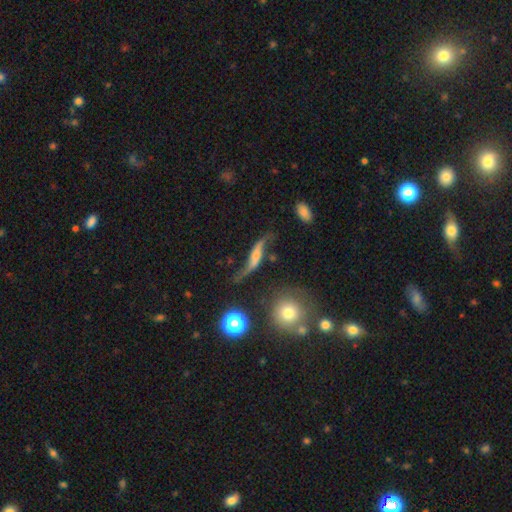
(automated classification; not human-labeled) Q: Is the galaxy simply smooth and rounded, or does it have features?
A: featured or disk — 80%.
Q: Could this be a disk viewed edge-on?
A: no — 82%.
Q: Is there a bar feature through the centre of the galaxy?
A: no — 43%.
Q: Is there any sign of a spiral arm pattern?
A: yes — 93%.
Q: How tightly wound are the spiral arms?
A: loose — 94%.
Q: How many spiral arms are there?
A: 2 — 92%.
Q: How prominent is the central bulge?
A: small — 43%.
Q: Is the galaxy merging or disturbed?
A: none — 54%.